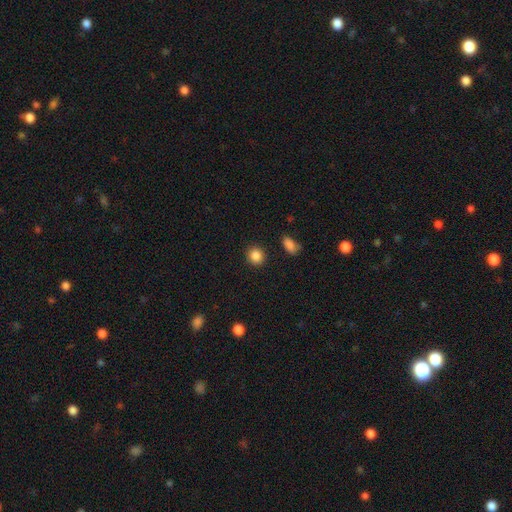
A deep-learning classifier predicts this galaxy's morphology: The model was most divided on "how rounded": round: 82%, in between: 17%, cigar-shaped: 1%. More confident: merging — none (90%); smooth or featured — smooth (87%).